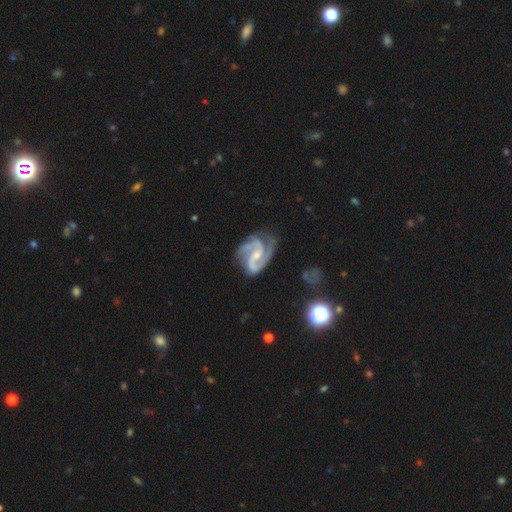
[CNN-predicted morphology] A featured or disk galaxy (92%) with a weak bar (47%), 2 (63%) medium (58%) spiral arms (98%) and a small central bulge (57%).

Vote fractions:
- Smooth or featured? featured or disk: 92% / star or artifact: 4% / smooth: 4%
- Edge-on disk? no: 98% / yes: 2%
- Bar? weak: 47% / no: 30% / strong: 23%
- Spiral arms? yes: 98% / no: 2%
- Spiral winding? medium: 58% / tight: 25% / loose: 17%
- Spiral arm count? 2: 63% / 3: 25% / can't tell: 4% / 4: 3% / 1: 3% / more than 4: 2%
- Bulge size? small: 57% / moderate: 36% / none: 5% / large: 1% / dominant: 1%
- Merging? none: 64% / minor disturbance: 22% / major disturbance: 10% / merger: 3%